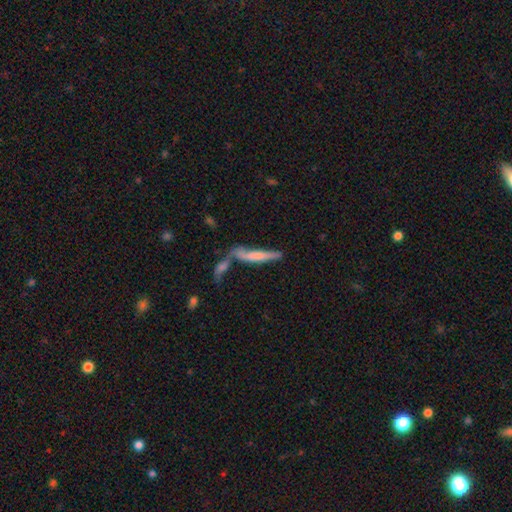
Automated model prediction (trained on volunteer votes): Smooth or featured? Predicted: smooth (p=0.55). How rounded? Predicted: cigar-shaped (p=0.88). Merging? Predicted: merger (p=0.40).